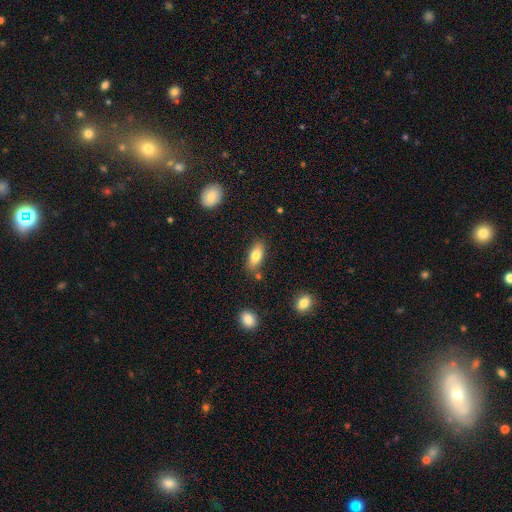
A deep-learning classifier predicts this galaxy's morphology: Overall: smooth (80%). How rounded: in between (83%). Merging: none (79%).